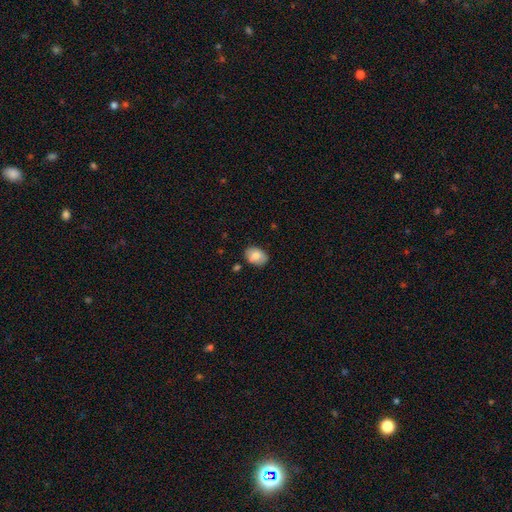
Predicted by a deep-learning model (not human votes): Q: Smooth or featured?
A: smooth (79%); runner-up: featured or disk (14%)
Q: How rounded?
A: in between (78%); runner-up: round (21%)
Q: Merging?
A: none (79%); runner-up: minor disturbance (15%)